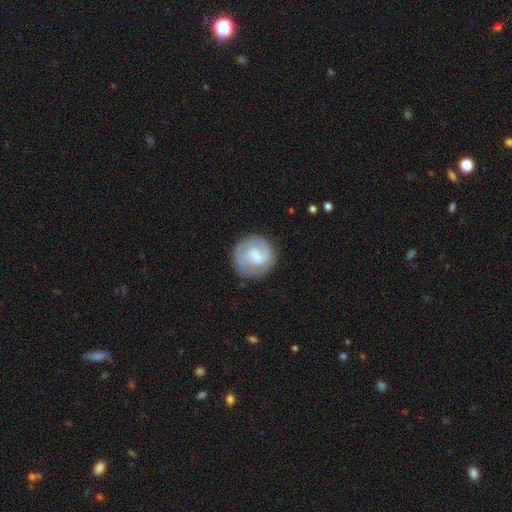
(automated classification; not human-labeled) The model was most divided on "bulge size": small: 38%, moderate: 35%, none: 16%, large: 10%, dominant: 2%. More confident: edge-on disk — no (98%); spiral arms — yes (84%); merging — none (81%); smooth or featured — featured or disk (60%); bar — weak (53%).